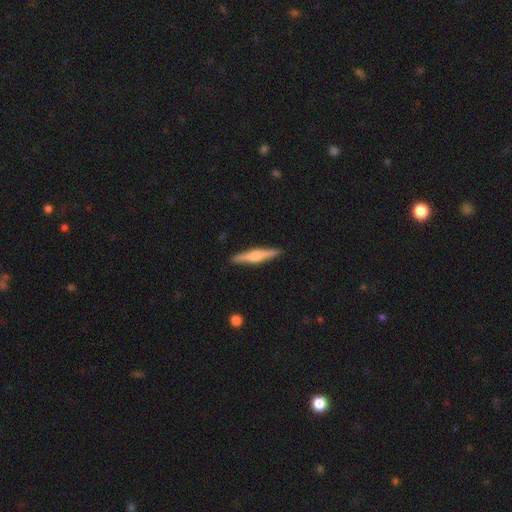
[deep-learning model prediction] Overall: featured or disk (59%; smooth 36%). Edge-on disk: yes (97%). Edge-on bulge: rounded (83%). Merging: none (91%).